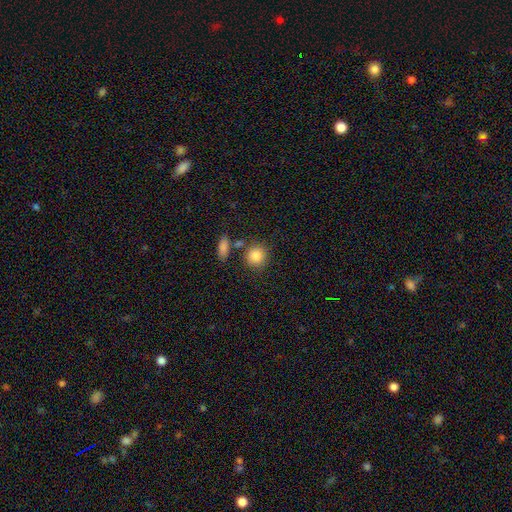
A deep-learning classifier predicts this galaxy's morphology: Q: Smooth or featured?
A: smooth (86%); runner-up: star or artifact (8%)
Q: How rounded?
A: round (84%); runner-up: in between (15%)
Q: Merging?
A: none (75%); runner-up: merger (11%)